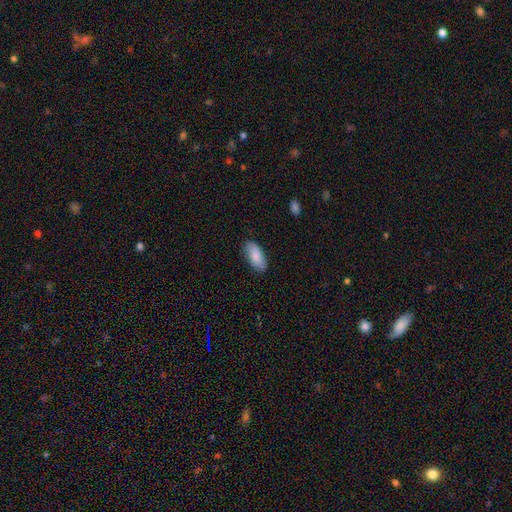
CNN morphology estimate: type=smooth (87%); roundness=in between (89%); merging=none (83%).